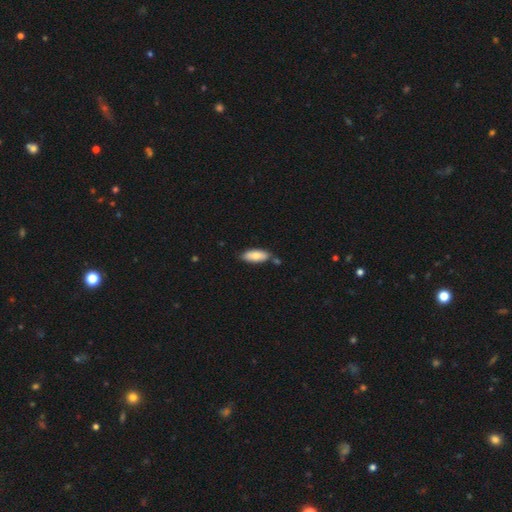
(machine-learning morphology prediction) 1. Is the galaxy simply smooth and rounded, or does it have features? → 77% smooth, 17% featured or disk, 6% star or artifact.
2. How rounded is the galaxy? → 82% in between, 17% cigar-shaped, 2% round.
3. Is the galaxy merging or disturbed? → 75% none, 15% minor disturbance, 7% merger, 3% major disturbance.